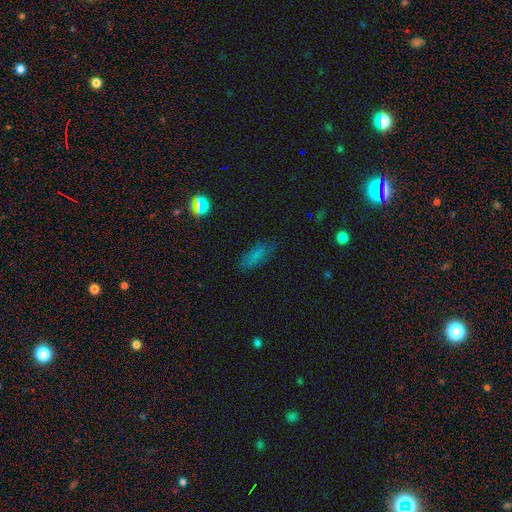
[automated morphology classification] Overall: smooth (71%). How rounded: in between (74%). Merging: none (77%).